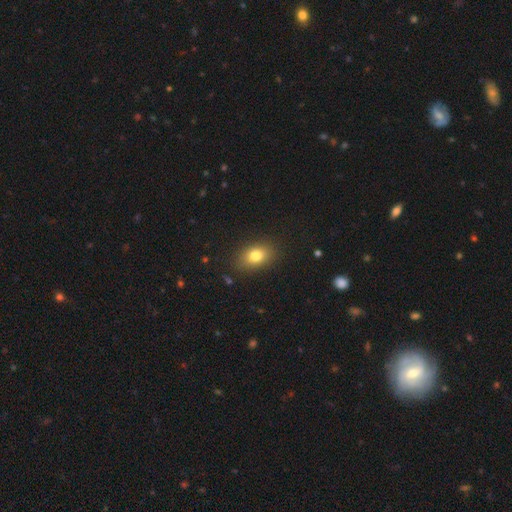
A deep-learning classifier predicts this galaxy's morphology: Smooth or featured? Predicted: smooth (p=0.80). How rounded? Predicted: in between (p=0.78). Merging? Predicted: none (p=0.85).